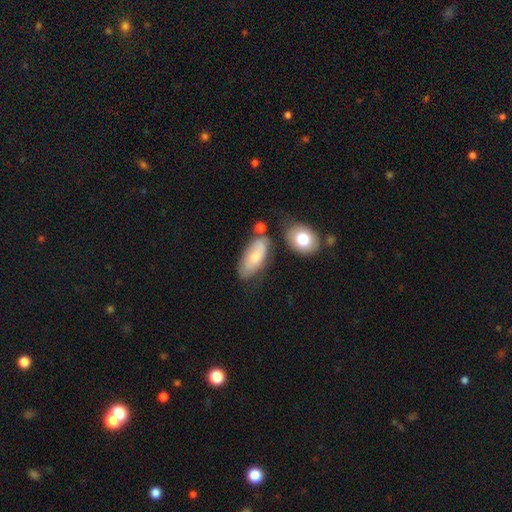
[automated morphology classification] type=smooth (63%); roundness=in between (88%); merging=none (54%).